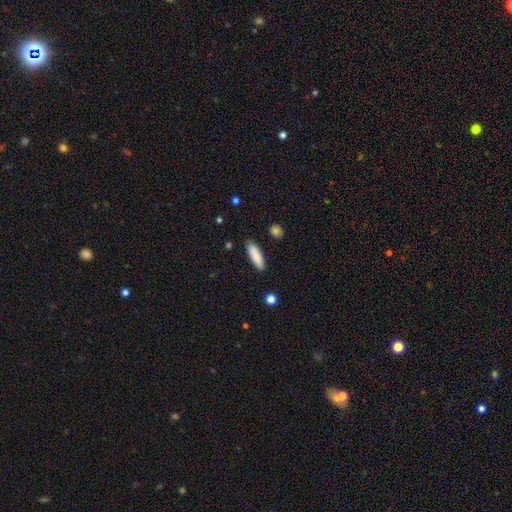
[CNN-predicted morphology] Overall: smooth (87%). How rounded: cigar-shaped (66%; in between 33%). Merging: none (89%).